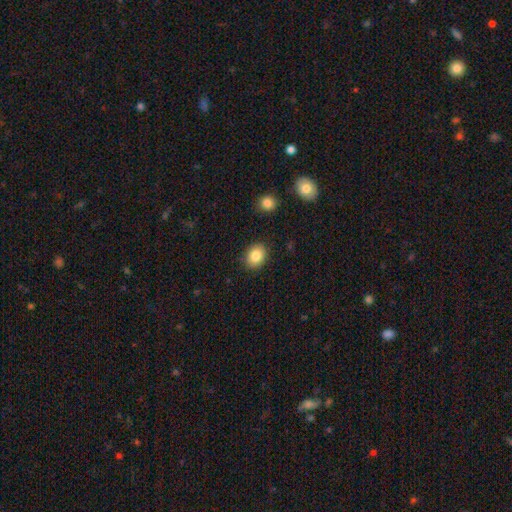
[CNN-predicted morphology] A smooth galaxy with no disk features (85%) that is round (51%).

Vote fractions:
- Smooth or featured? smooth: 85% / star or artifact: 9% / featured or disk: 6%
- How rounded? round: 51% / in between: 48% / cigar-shaped: 1%
- Merging? none: 87% / minor disturbance: 9% / major disturbance: 2% / merger: 2%